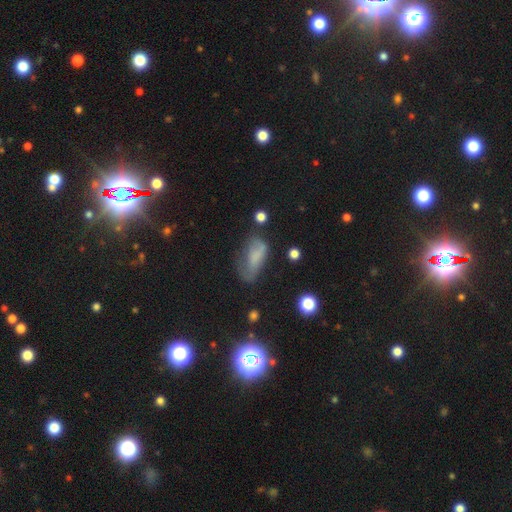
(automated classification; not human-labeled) Smooth or featured?
  - smooth: 61% *
  - featured or disk: 24%
  - star or artifact: 15%
How rounded?
  - in between: 81% *
  - cigar-shaped: 14%
  - round: 5%
Merging?
  - none: 35% *
  - minor disturbance: 32%
  - major disturbance: 27%
  - merger: 5%